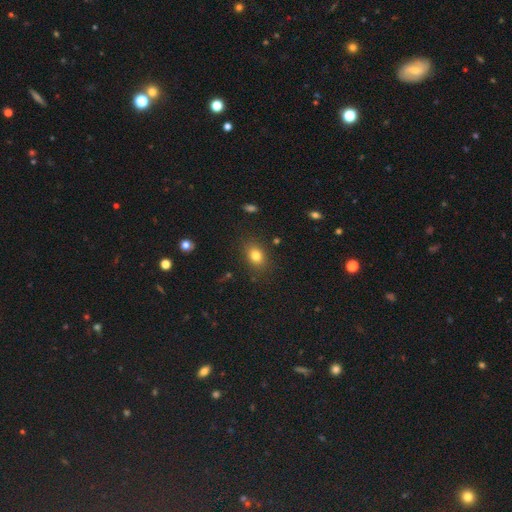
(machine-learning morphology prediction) Smooth or featured? Predicted: smooth (p=0.80). How rounded? Predicted: in between (p=0.66). Merging? Predicted: none (p=0.85).